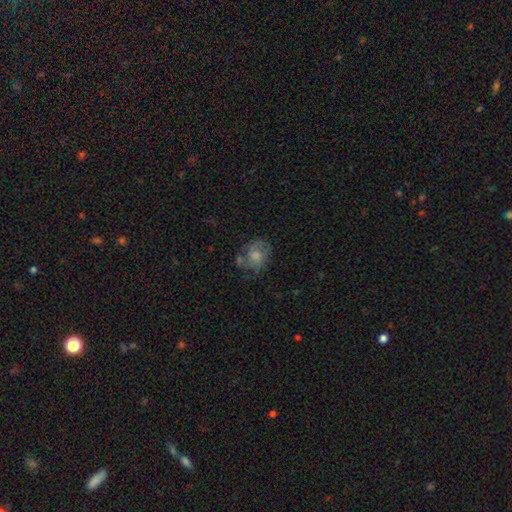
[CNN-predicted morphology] This appears to be a smooth galaxy with no disk features (47%). Merging: none (47%).